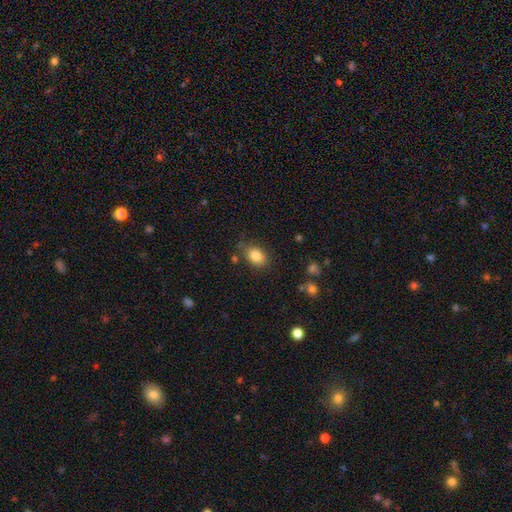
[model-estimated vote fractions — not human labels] Smooth or featured?
  - smooth: 85% *
  - star or artifact: 9%
  - featured or disk: 6%
How rounded?
  - in between: 75% *
  - round: 24%
  - cigar-shaped: 1%
Merging?
  - none: 76% *
  - minor disturbance: 16%
  - major disturbance: 4%
  - merger: 3%